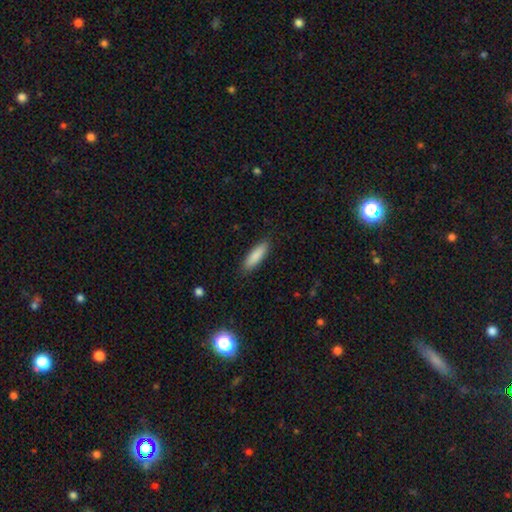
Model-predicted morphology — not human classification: Smooth or featured? smooth (86%)
How rounded? cigar-shaped (55%)
Merging? none (88%)